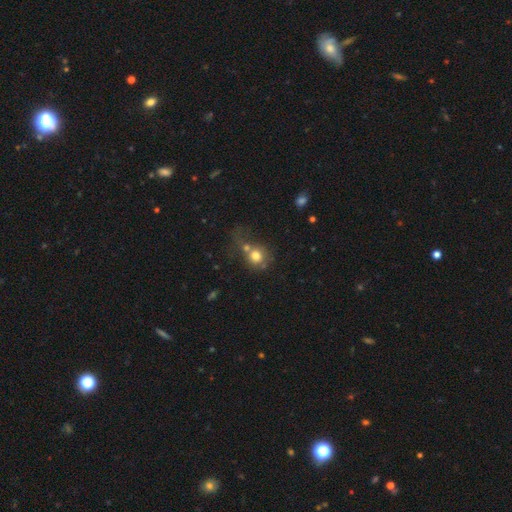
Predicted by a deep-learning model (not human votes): Overall: smooth (74%). How rounded: round (83%). Merging: merger (40%; none 34%).